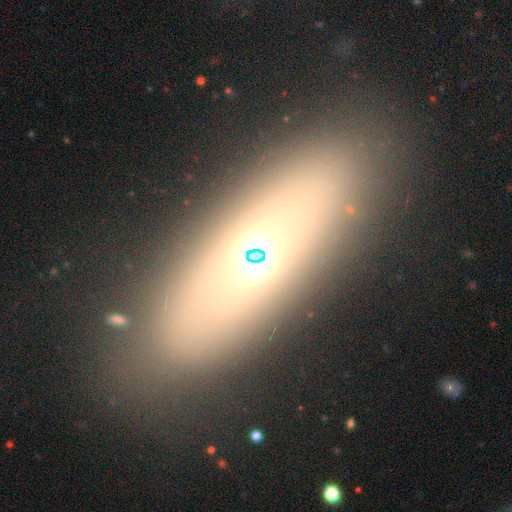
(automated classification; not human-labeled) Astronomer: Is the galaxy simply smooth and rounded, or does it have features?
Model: smooth — 46% (runner-up: featured or disk, 35%).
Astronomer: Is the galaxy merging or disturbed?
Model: none — 85%.